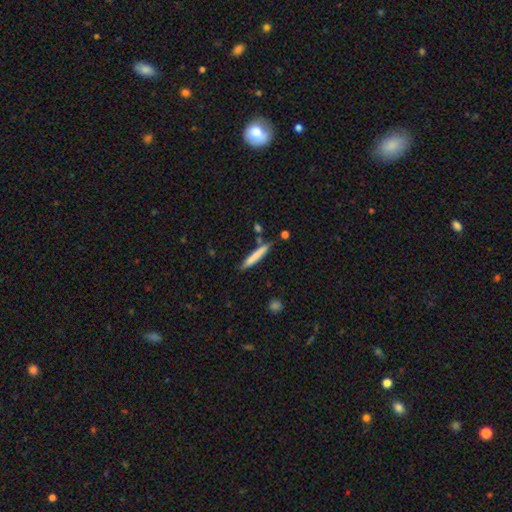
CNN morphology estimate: smooth_or_featured: smooth (p=0.74) [alt: featured or disk p=0.20]
how_rounded: cigar-shaped (p=0.94) [alt: in between p=0.05]
merging: none (p=0.81) [alt: minor disturbance p=0.11]